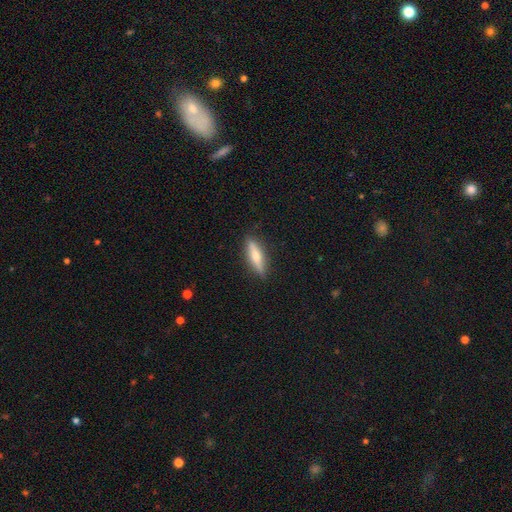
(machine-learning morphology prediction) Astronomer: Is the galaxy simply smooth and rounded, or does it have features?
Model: smooth — 54% (runner-up: featured or disk, 40%).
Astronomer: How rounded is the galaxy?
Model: cigar-shaped — 74%.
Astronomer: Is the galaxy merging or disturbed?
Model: none — 88%.